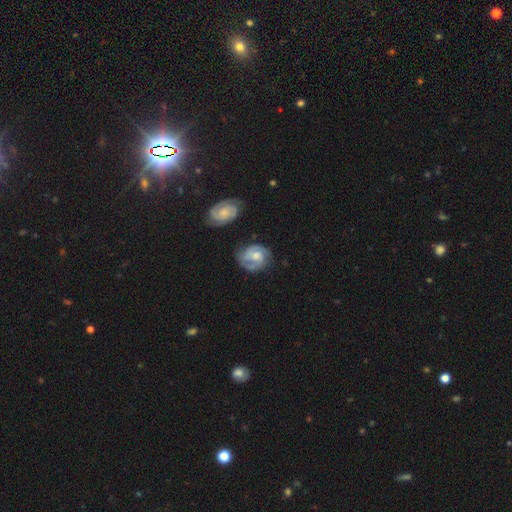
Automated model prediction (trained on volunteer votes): Q: Smooth or featured?
A: featured or disk (78%); runner-up: smooth (16%)
Q: Edge-on disk?
A: no (97%); runner-up: yes (3%)
Q: Bar?
A: no (57%); runner-up: weak (36%)
Q: Spiral arms?
A: yes (95%); runner-up: no (5%)
Q: Spiral winding?
A: tight (49%); runner-up: medium (41%)
Q: Spiral arm count?
A: 2 (59%); runner-up: 3 (18%)
Q: Bulge size?
A: moderate (53%); runner-up: small (30%)
Q: Merging?
A: none (67%); runner-up: minor disturbance (20%)